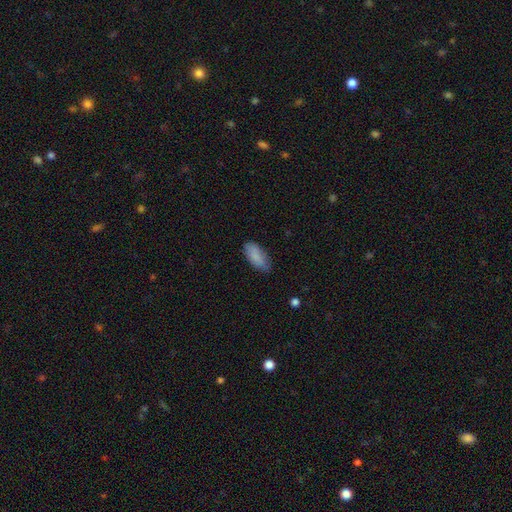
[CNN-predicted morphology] smooth_or_featured: smooth (p=0.86) [alt: featured or disk p=0.08]
how_rounded: in between (p=0.88) [alt: cigar-shaped p=0.11]
merging: none (p=0.76) [alt: minor disturbance p=0.20]